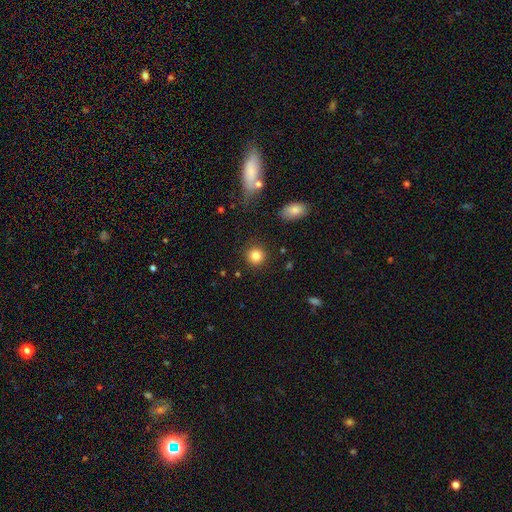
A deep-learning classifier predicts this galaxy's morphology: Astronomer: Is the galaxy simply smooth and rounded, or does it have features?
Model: smooth — 84%.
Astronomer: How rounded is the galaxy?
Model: round — 92%.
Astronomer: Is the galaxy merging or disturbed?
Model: none — 90%.